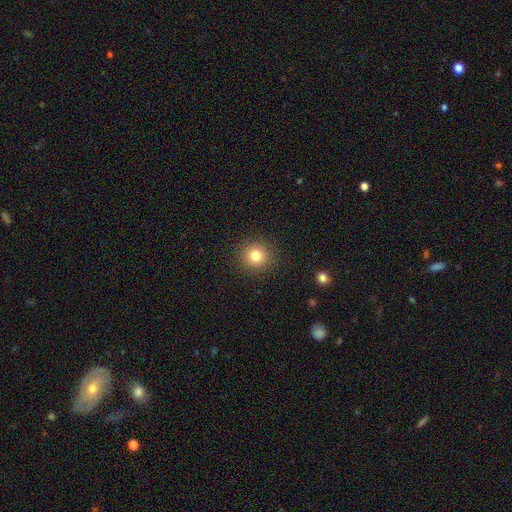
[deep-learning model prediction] The model was most divided on "smooth or featured": smooth: 82%, star or artifact: 12%, featured or disk: 6%. More confident: how rounded — round (91%); merging — none (91%).